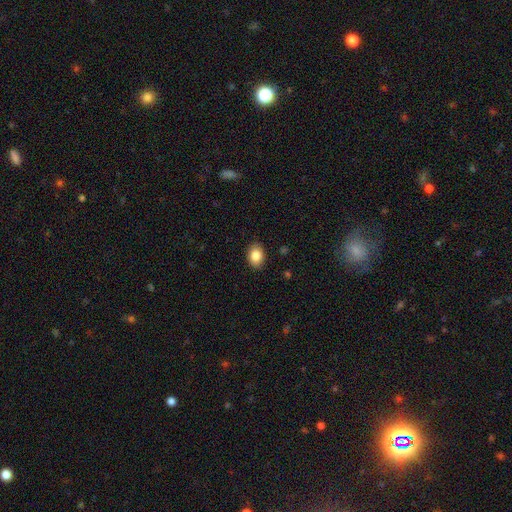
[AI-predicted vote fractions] Smooth or featured?
  - smooth: 86% *
  - star or artifact: 8%
  - featured or disk: 6%
How rounded?
  - in between: 70% *
  - round: 29%
  - cigar-shaped: 1%
Merging?
  - none: 88% *
  - minor disturbance: 9%
  - major disturbance: 2%
  - merger: 1%